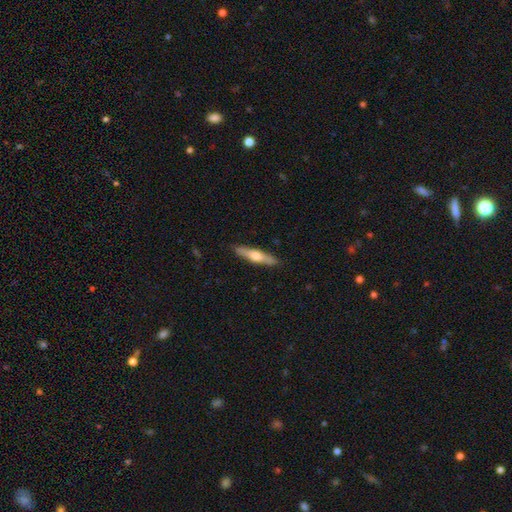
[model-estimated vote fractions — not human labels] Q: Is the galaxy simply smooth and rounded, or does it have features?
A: featured or disk — 55%.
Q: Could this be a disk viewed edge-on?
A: yes — 95%.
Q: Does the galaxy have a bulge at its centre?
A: rounded — 86%.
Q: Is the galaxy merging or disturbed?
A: none — 89%.